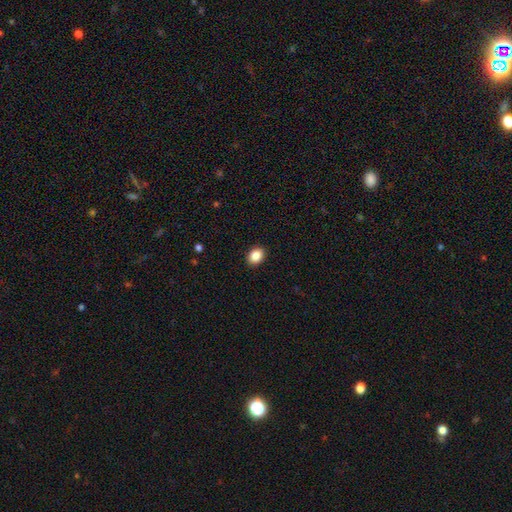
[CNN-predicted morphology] Smooth or featured? smooth (88%)
How rounded? in between (60%)
Merging? none (91%)